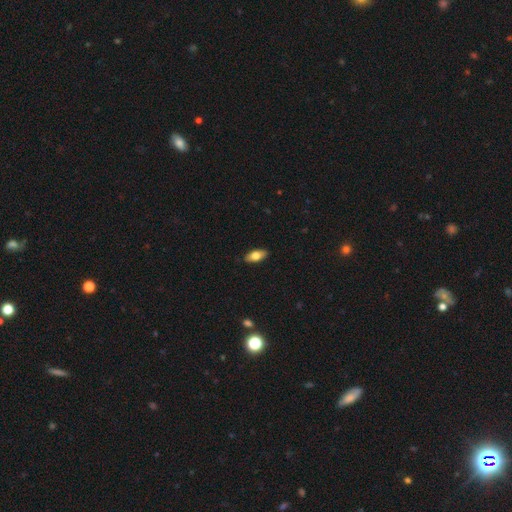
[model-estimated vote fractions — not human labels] smooth_or_featured: smooth (p=0.74) [alt: featured or disk p=0.20]
how_rounded: in between (p=0.85) [alt: cigar-shaped p=0.12]
merging: none (p=0.88) [alt: minor disturbance p=0.09]